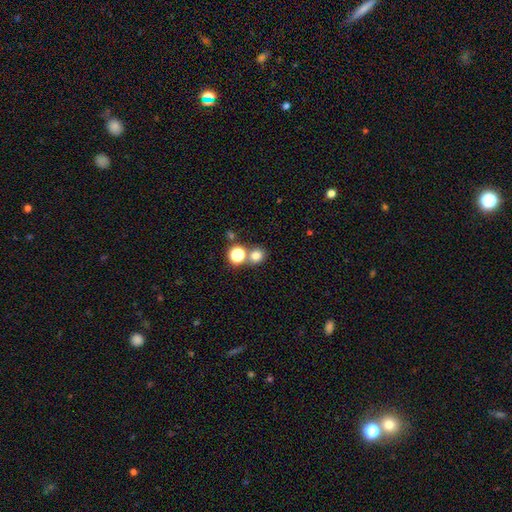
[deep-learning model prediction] Morphology: type=smooth (76%); roundness=round (85%); merging=none (67%).